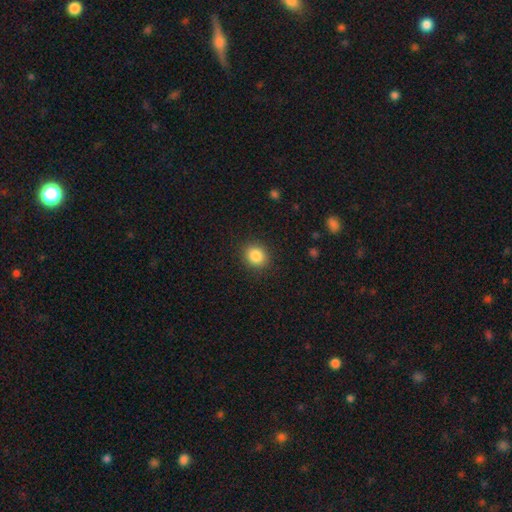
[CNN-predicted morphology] Smooth or featured: smooth — 86% (star or artifact — 10%)
How rounded: round — 76% (in between — 23%)
Merging: none — 90% (minor disturbance — 7%)